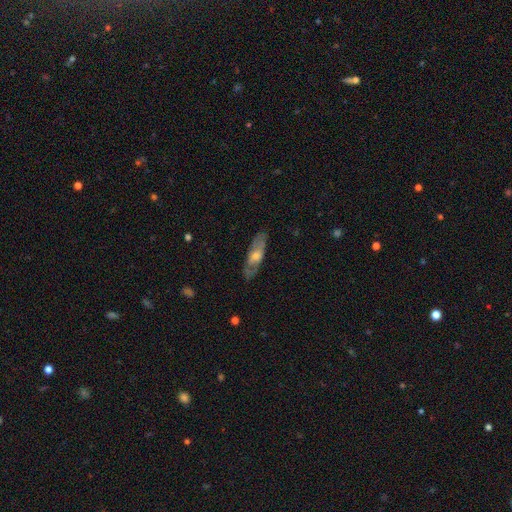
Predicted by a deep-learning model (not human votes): smooth-or-featured: featured or disk: 59% | smooth: 35% | star or artifact: 6%
  disk-edge-on: no: 64% | yes: 36%
  merging: none: 79% | minor disturbance: 15% | major disturbance: 4% | merger: 1%